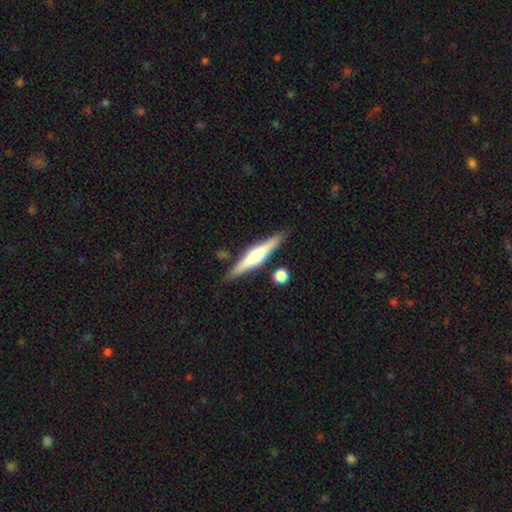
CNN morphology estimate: This appears to be a featured or disk galaxy (57%) viewed edge-on (96%) with a rounded central bulge (70%). Merging: none (86%).